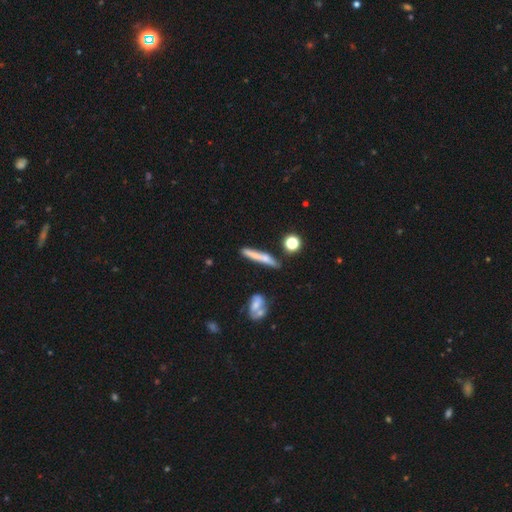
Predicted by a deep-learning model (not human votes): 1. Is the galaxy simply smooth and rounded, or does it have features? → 58% smooth, 34% featured or disk, 8% star or artifact.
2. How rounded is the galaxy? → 91% cigar-shaped, 6% in between, 3% round.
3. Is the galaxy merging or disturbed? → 74% none, 16% minor disturbance, 6% merger, 4% major disturbance.